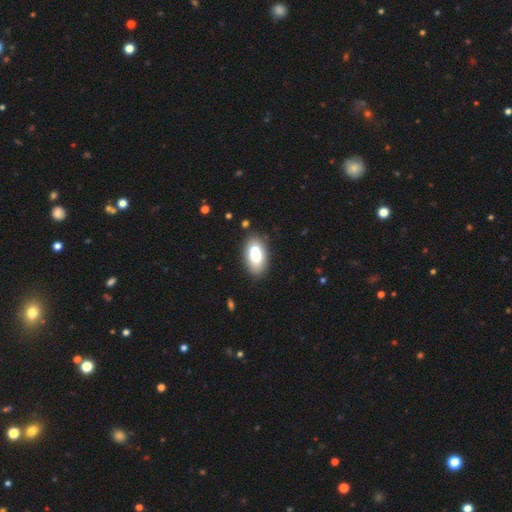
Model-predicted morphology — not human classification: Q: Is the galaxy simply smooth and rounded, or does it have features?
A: smooth — 67%.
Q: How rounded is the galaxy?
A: in between — 88%.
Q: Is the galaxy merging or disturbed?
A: none — 56%.